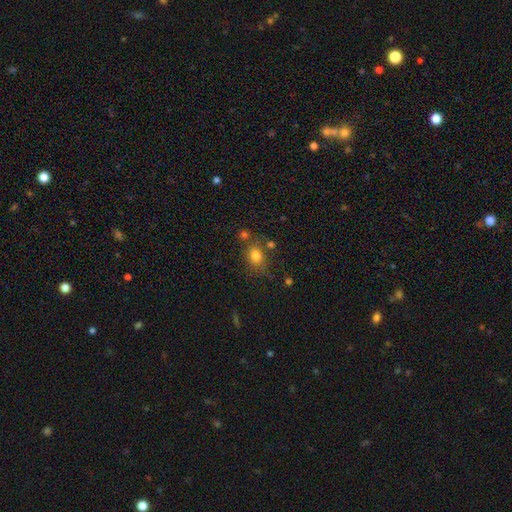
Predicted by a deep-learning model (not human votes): Overall: smooth (79%). How rounded: round (52%; in between 46%). Merging: none (68%).